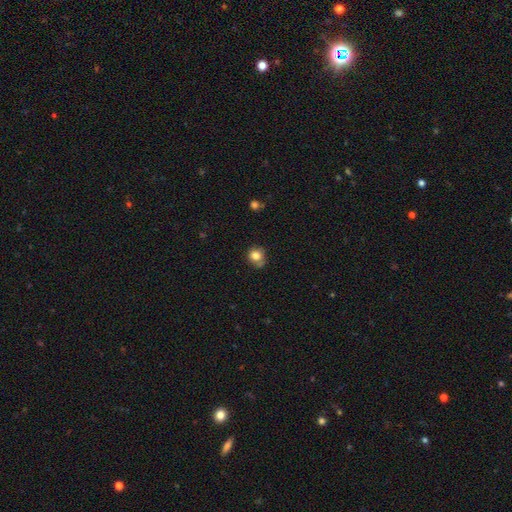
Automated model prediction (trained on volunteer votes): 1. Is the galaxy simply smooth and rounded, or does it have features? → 79% smooth, 11% star or artifact, 10% featured or disk.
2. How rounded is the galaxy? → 81% round, 18% in between, 1% cigar-shaped.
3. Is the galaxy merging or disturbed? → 65% none, 24% minor disturbance, 6% major disturbance, 5% merger.